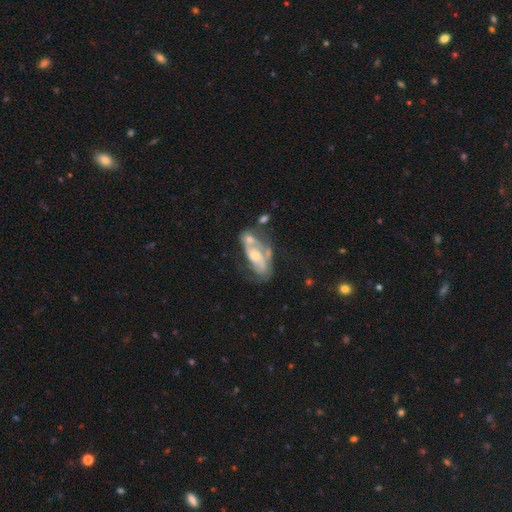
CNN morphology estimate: The model was most divided on "bulge size": small: 45%, moderate: 44%, none: 5%, large: 5%, dominant: 1%. Remaining: edge-on disk — no (91%); bar — no (68%); smooth or featured — featured or disk (64%); spiral arms — yes (60%); merging — merger (29%).